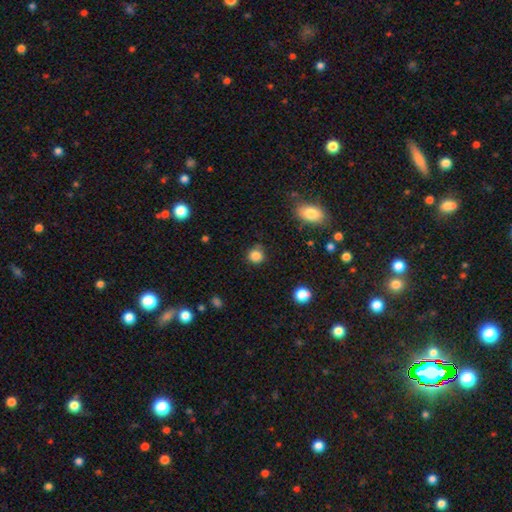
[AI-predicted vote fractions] A smooth galaxy with no disk features (84%) that is round (88%). Merging: none (80%).